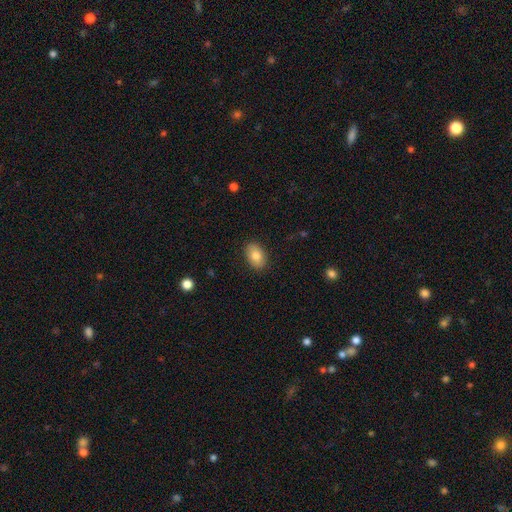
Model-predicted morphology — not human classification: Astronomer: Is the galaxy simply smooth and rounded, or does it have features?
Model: smooth — 83%.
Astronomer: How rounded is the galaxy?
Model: in between — 85%.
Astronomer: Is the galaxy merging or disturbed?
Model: none — 88%.